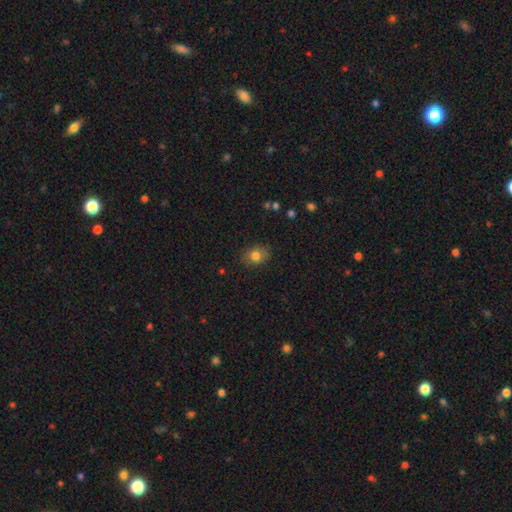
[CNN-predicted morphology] Smooth or featured? Predicted: smooth (p=0.79). How rounded? Predicted: in between (p=0.61). Merging? Predicted: none (p=0.84).